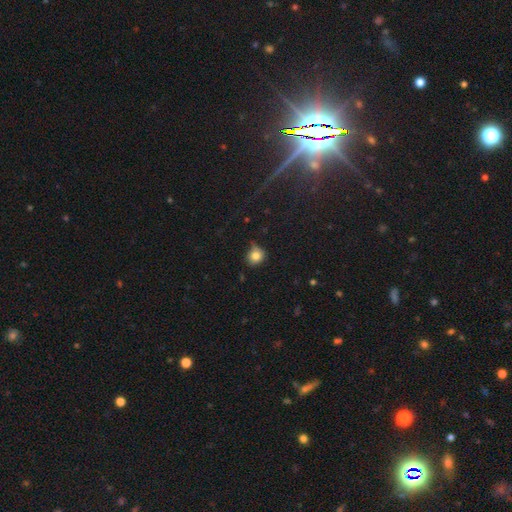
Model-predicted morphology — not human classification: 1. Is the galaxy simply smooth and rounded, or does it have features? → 81% smooth, 12% star or artifact, 8% featured or disk.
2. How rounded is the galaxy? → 77% round, 22% in between, 1% cigar-shaped.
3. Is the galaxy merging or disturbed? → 59% none, 30% minor disturbance, 8% major disturbance, 3% merger.